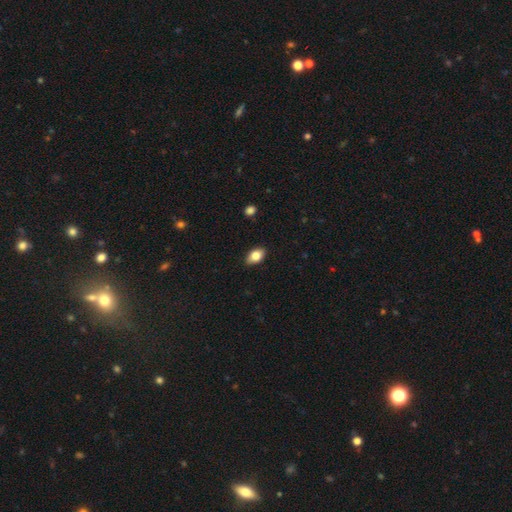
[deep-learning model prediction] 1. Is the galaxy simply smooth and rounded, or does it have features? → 83% smooth, 10% featured or disk, 8% star or artifact.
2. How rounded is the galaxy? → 89% in between, 9% round, 2% cigar-shaped.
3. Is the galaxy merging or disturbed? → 87% none, 11% minor disturbance, 2% major disturbance, 1% merger.